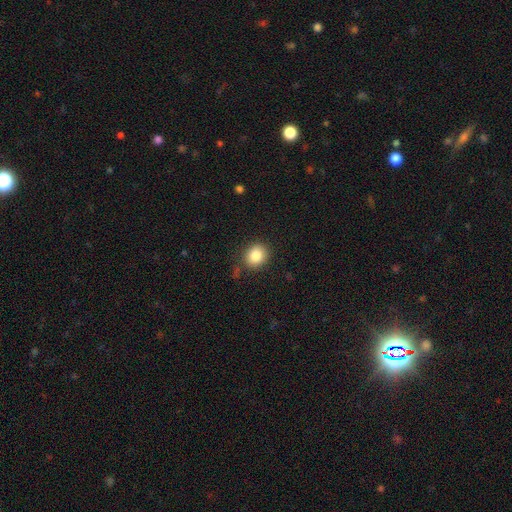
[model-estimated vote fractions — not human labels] smooth_or_featured: smooth (p=0.84) [alt: star or artifact p=0.10]
how_rounded: round (p=0.71) [alt: in between p=0.28]
merging: none (p=0.84) [alt: minor disturbance p=0.11]